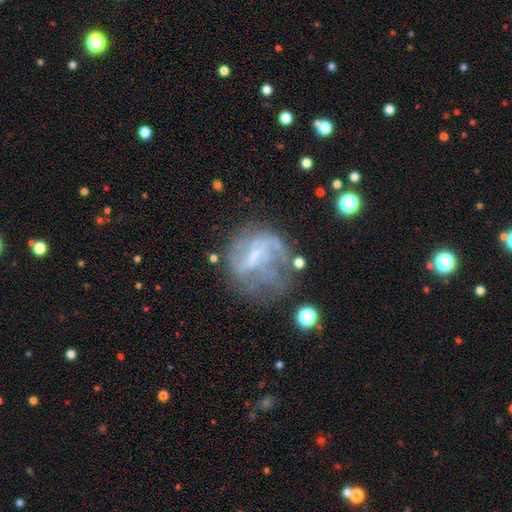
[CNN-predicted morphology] A featured or disk galaxy (67%) with a weak bar (44%), spiral arms (51%) and no central bulge (44%).

Vote fractions:
- Smooth or featured? featured or disk: 67% / smooth: 21% / star or artifact: 12%
- Edge-on disk? no: 97% / yes: 3%
- Bar? weak: 44% / no: 36% / strong: 20%
- Spiral arms? yes: 51% / no: 49%
- Bulge size? none: 44% / small: 35% / moderate: 18% / large: 2% / dominant: 1%
- Merging? none: 39% / major disturbance: 34% / minor disturbance: 21% / merger: 7%